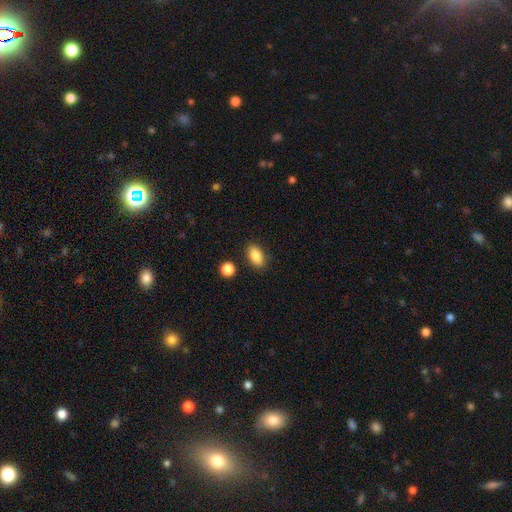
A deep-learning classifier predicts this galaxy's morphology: Q: Smooth or featured?
A: smooth (87%); runner-up: star or artifact (8%)
Q: How rounded?
A: in between (89%); runner-up: round (8%)
Q: Merging?
A: none (85%); runner-up: minor disturbance (9%)